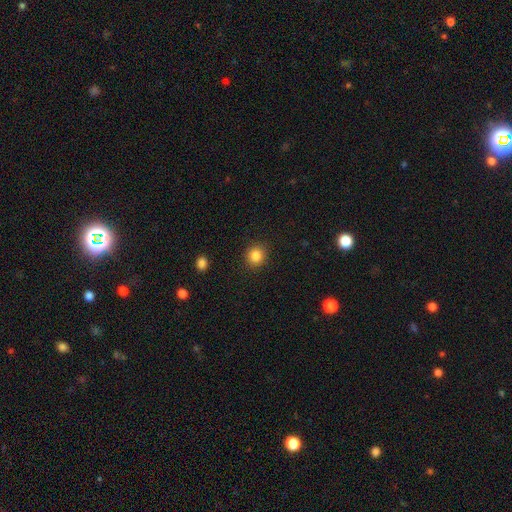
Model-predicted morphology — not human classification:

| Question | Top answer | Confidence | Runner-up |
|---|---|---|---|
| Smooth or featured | smooth | 84% | star or artifact (11%) |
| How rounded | round | 87% | in between (12%) |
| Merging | none | 91% | minor disturbance (6%) |